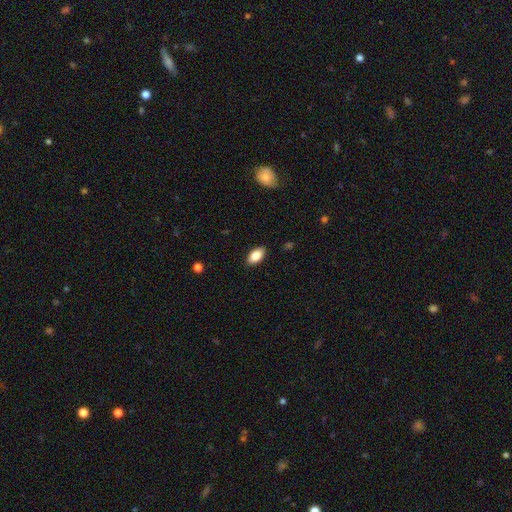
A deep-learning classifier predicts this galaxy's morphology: Overall: smooth (86%). How rounded: in between (93%). Merging: none (88%).